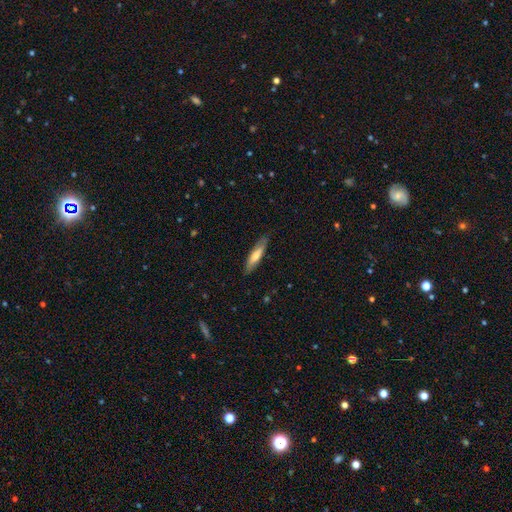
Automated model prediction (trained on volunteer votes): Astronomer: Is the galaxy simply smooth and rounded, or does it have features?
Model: smooth — 63%.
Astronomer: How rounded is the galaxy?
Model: cigar-shaped — 75%.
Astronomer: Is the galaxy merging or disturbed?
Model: none — 82%.